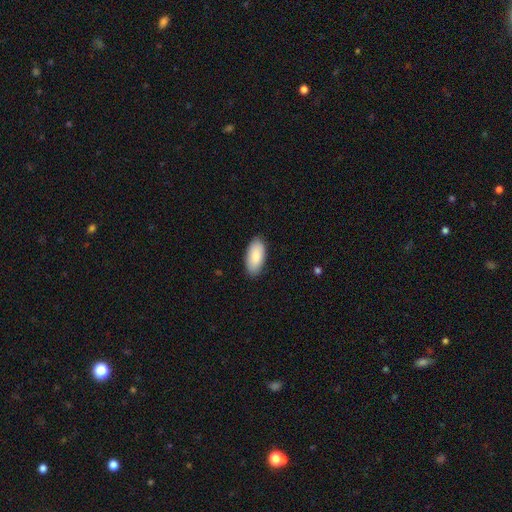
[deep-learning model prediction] A smooth galaxy with no disk features (87%) that is in between round and cigar-shaped (93%).

Vote fractions:
- Smooth or featured? smooth: 87% / featured or disk: 8% / star or artifact: 5%
- How rounded? in between: 93% / cigar-shaped: 5% / round: 2%
- Merging? none: 88% / minor disturbance: 9% / major disturbance: 2% / merger: 1%